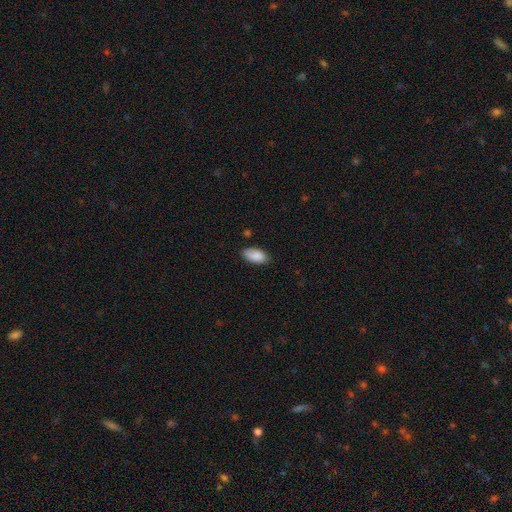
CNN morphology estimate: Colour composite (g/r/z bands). It shows a smooth galaxy with no disk features (88%) that is in between round and cigar-shaped (94%). Merging: none (80%).